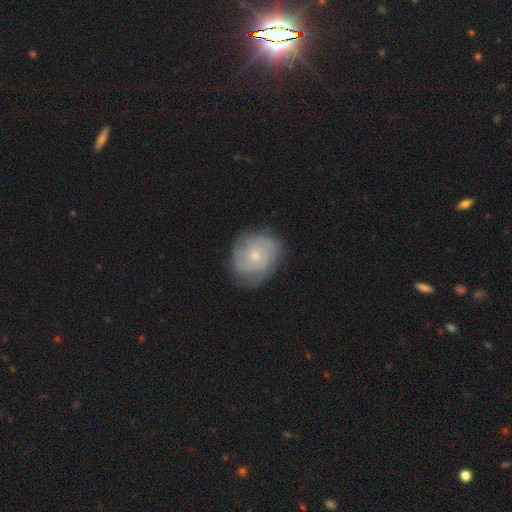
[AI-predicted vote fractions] featured or disk 69%, smooth 25%, star or artifact 7%. Down the decision tree: edge-on disk — no (98%); bar — no (79%); spiral arms — yes (89%); spiral arm count — can't tell (44%); spiral winding — tight (64%); bulge size — small (66%); merging — none (74%).